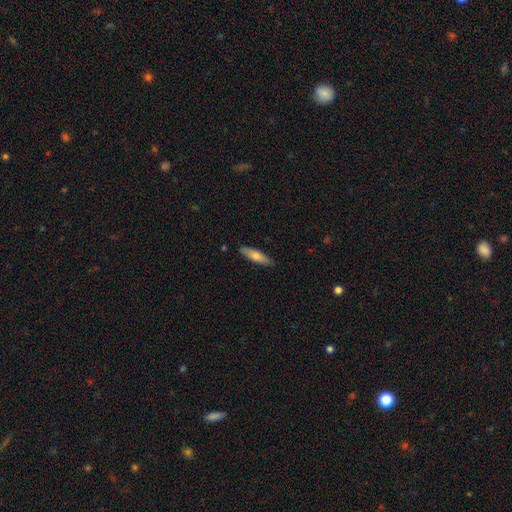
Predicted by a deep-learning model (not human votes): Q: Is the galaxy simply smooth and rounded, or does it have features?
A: smooth — 66%.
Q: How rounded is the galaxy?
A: cigar-shaped — 70%.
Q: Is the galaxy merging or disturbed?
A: none — 88%.